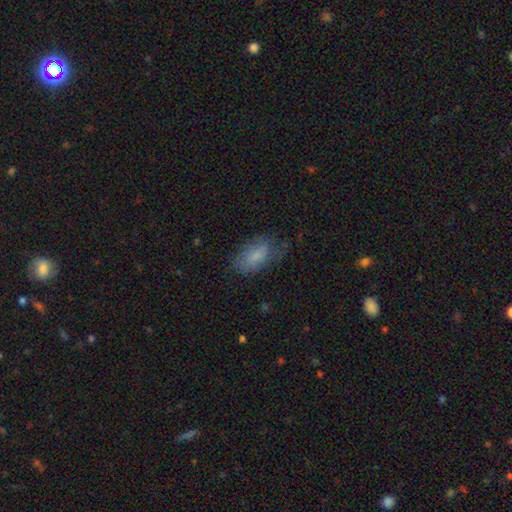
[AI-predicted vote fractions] Morphology: type=smooth (77%); roundness=in between (90%); merging=none (63%).